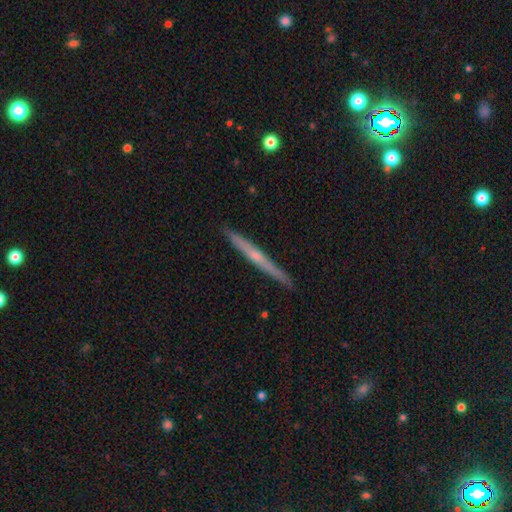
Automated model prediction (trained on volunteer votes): Smooth or featured? featured or disk (68%)
Edge-on disk? yes (98%)
Edge-on bulge? rounded (58%)
Merging? none (92%)